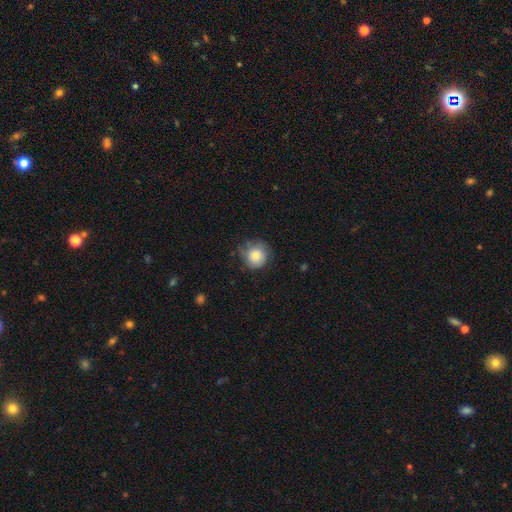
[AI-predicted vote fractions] Q: Smooth or featured?
A: smooth (79%); runner-up: featured or disk (13%)
Q: How rounded?
A: round (89%); runner-up: in between (10%)
Q: Merging?
A: none (62%); runner-up: minor disturbance (28%)